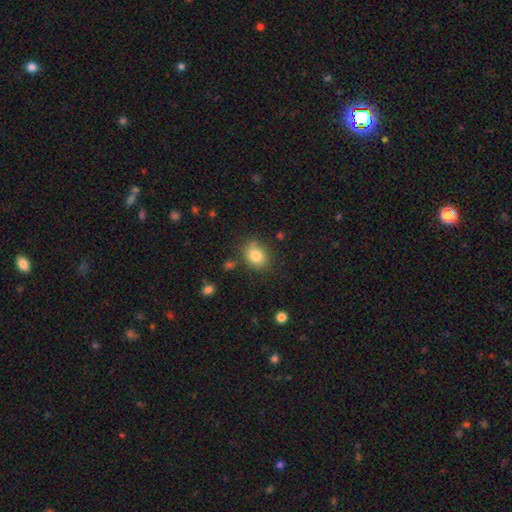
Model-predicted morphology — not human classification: smooth_or_featured: smooth (p=0.83) [alt: star or artifact p=0.10]
how_rounded: round (p=0.50) [alt: in between p=0.49]
merging: none (p=0.74) [alt: minor disturbance p=0.17]